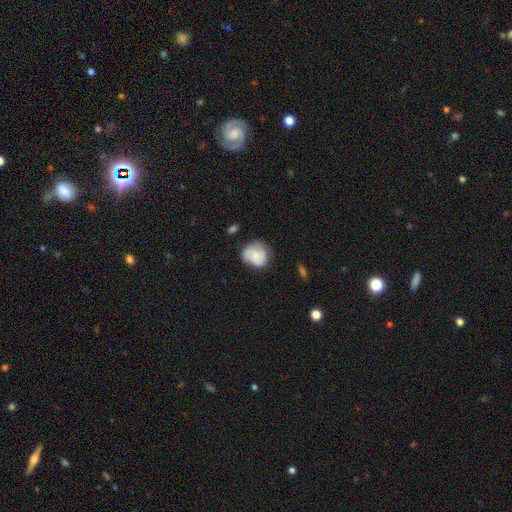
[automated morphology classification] smooth_or_featured: smooth (p=0.63) [alt: featured or disk p=0.30]
how_rounded: round (p=0.74) [alt: in between p=0.25]
merging: none (p=0.61) [alt: minor disturbance p=0.28]